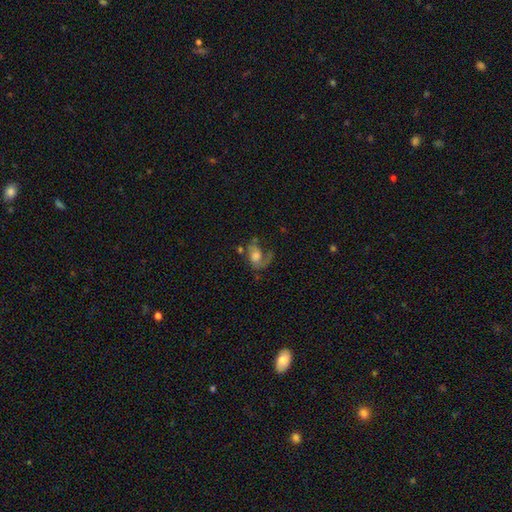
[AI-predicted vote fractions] Morphology: type=featured or disk (58%); edge-on=no (97%); bar=no (70%); spiral arms=yes (76%); bulge=moderate (38%); merging=major disturbance (42%).